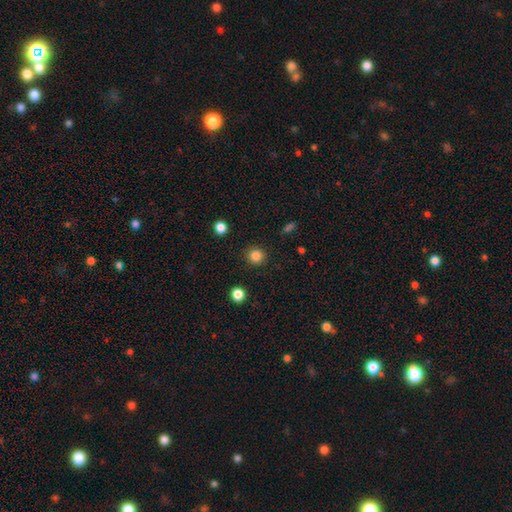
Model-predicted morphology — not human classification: A smooth galaxy with no disk features (84%) that is round (94%).

Vote fractions:
- Smooth or featured? smooth: 84% / star or artifact: 12% / featured or disk: 4%
- How rounded? round: 94% / in between: 5% / cigar-shaped: 1%
- Merging? none: 91% / minor disturbance: 6% / major disturbance: 2% / merger: 1%